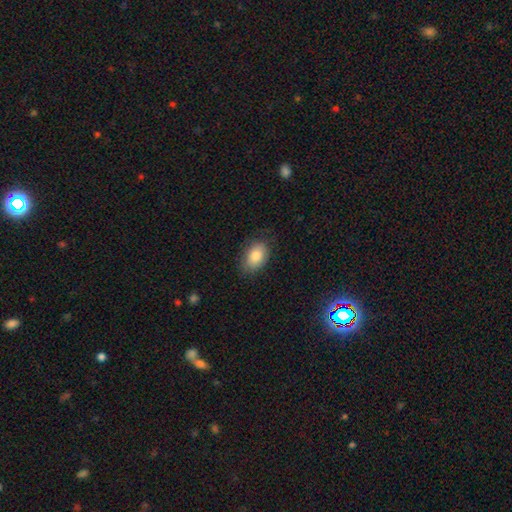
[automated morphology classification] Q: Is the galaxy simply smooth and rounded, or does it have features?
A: smooth — 83%.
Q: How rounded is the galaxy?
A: in between — 84%.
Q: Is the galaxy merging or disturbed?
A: none — 79%.